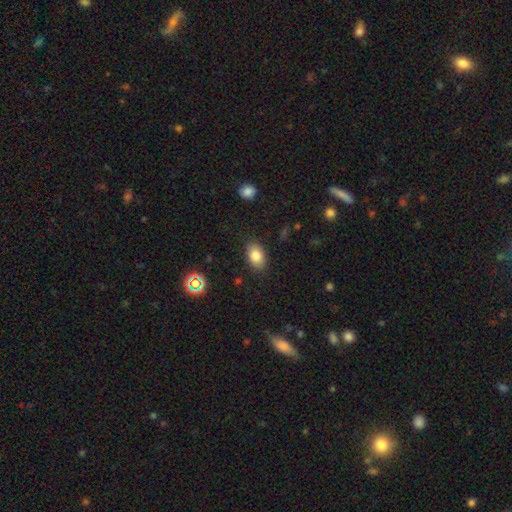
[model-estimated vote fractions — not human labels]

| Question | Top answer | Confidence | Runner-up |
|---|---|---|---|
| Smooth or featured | smooth | 83% | star or artifact (9%) |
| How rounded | in between | 88% | round (11%) |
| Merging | none | 85% | minor disturbance (11%) |